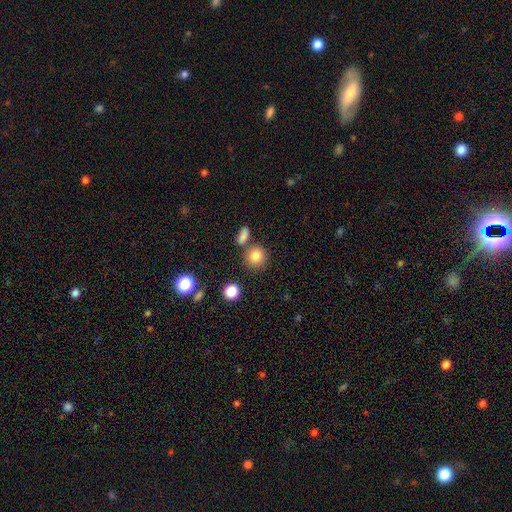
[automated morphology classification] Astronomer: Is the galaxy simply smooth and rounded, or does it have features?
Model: smooth — 82%.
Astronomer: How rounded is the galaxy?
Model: round — 88%.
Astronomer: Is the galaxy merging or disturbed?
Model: none — 75%.